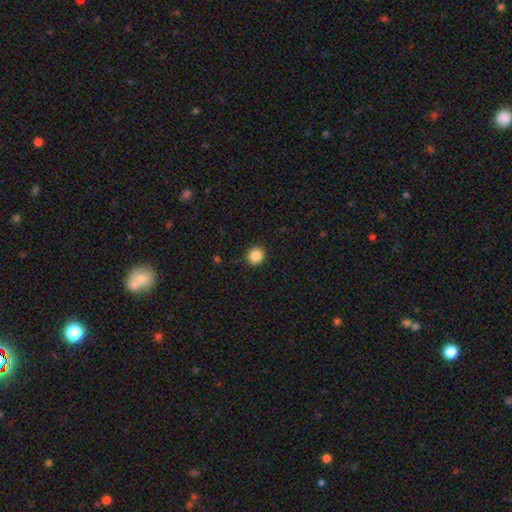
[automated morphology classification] Q: Smooth or featured?
A: smooth (86%); runner-up: star or artifact (10%)
Q: How rounded?
A: round (91%); runner-up: in between (8%)
Q: Merging?
A: none (92%); runner-up: minor disturbance (5%)